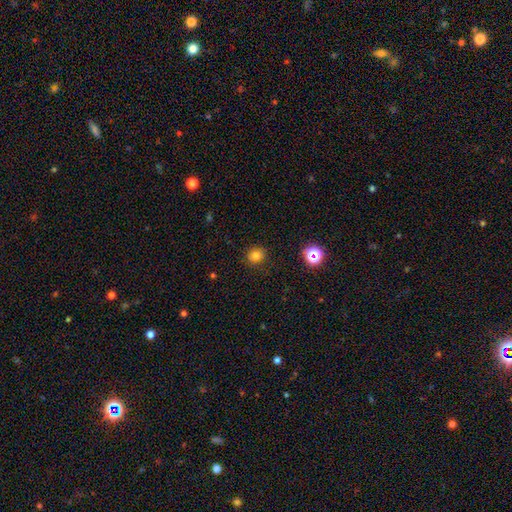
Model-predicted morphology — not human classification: A smooth galaxy with no disk features (78%) that is round (78%).

Vote fractions:
- Smooth or featured? smooth: 78% / star or artifact: 17% / featured or disk: 5%
- How rounded? round: 78% / in between: 21% / cigar-shaped: 1%
- Merging? none: 86% / minor disturbance: 10% / major disturbance: 3% / merger: 1%